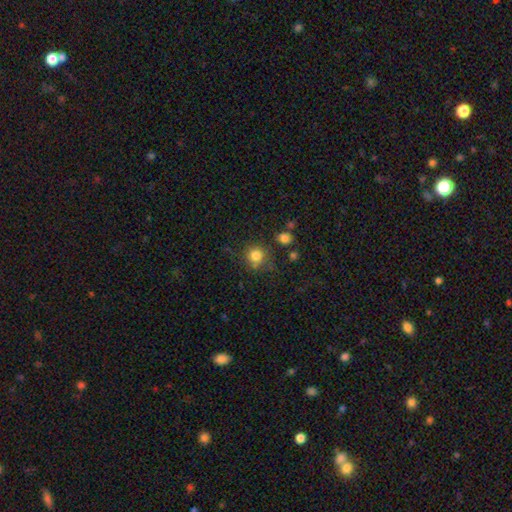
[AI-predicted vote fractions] Smooth or featured: smooth — 81% (star or artifact — 12%)
How rounded: round — 88% (in between — 11%)
Merging: none — 70% (minor disturbance — 15%)